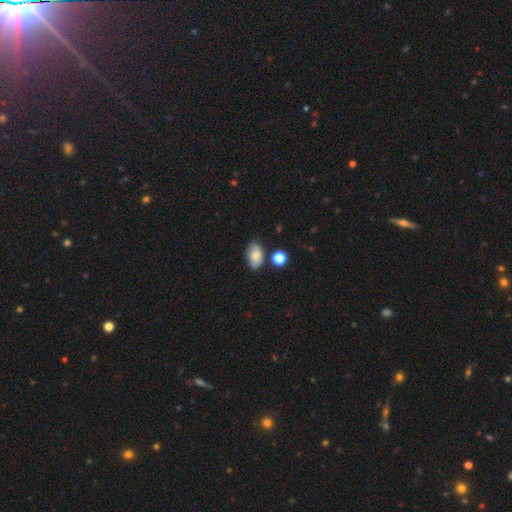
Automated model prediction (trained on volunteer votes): Morphology: type=smooth (74%); roundness=in between (88%); merging=none (72%).